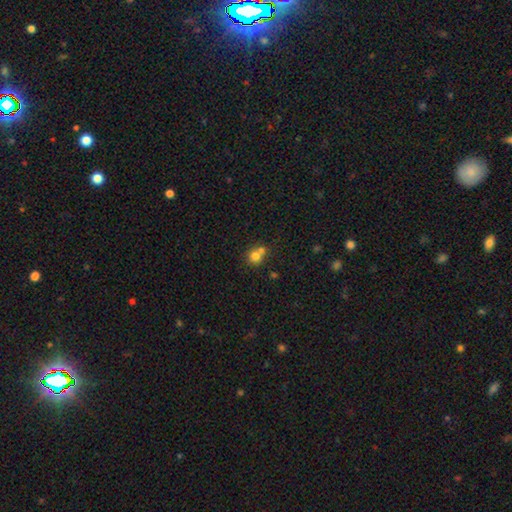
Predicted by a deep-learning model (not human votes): The model was most divided on "merging": merger: 50%, none: 41%, minor disturbance: 7%, major disturbance: 3%. More confident: how rounded — round (85%); smooth or featured — smooth (76%).